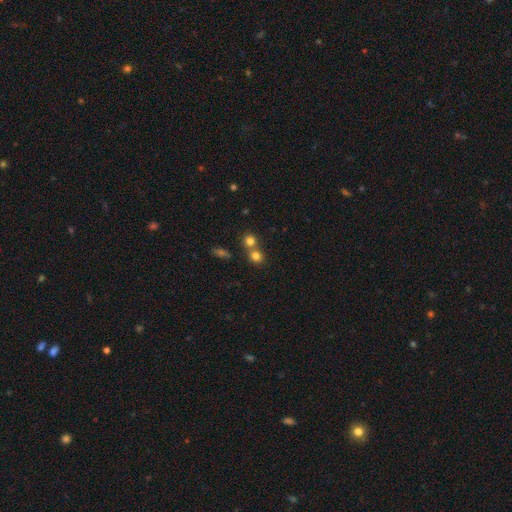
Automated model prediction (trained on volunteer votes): Smooth or featured? Predicted: smooth (p=0.78). How rounded? Predicted: round (p=0.81). Merging? Predicted: none (p=0.49).